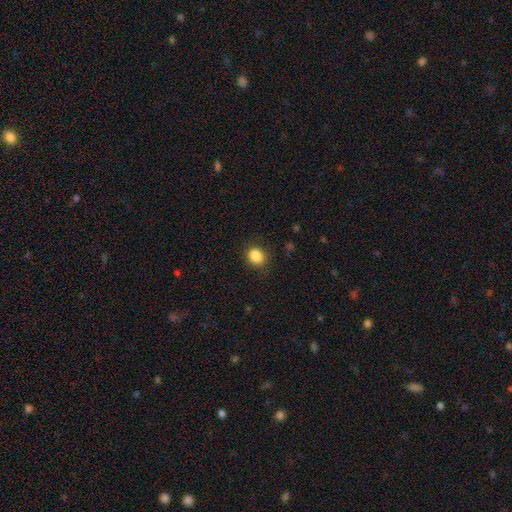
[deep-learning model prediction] Smooth or featured: smooth — 87% (star or artifact — 10%)
How rounded: round — 58% (in between — 41%)
Merging: none — 86% (minor disturbance — 10%)